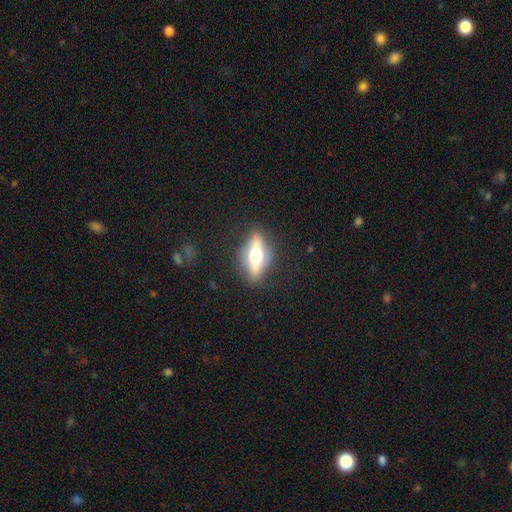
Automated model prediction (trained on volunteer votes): Smooth or featured?
  - featured or disk: 59% *
  - smooth: 33%
  - star or artifact: 7%
Edge-on disk?
  - yes: 79% *
  - no: 21%
Merging?
  - none: 80% *
  - minor disturbance: 13%
  - major disturbance: 5%
  - merger: 1%